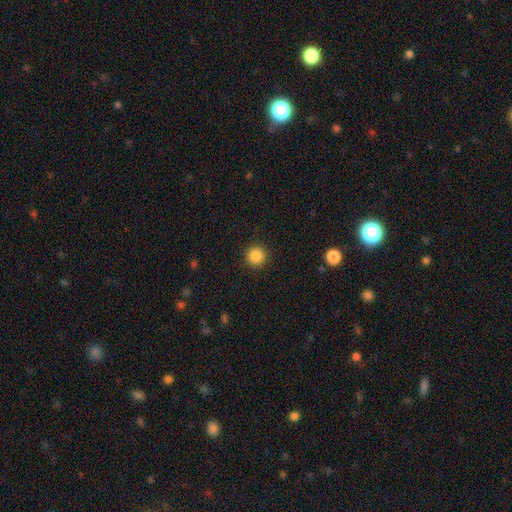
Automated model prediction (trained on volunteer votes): smooth 87%, star or artifact 10%, featured or disk 3%. Down the decision tree: how rounded — round (94%); merging — none (92%).